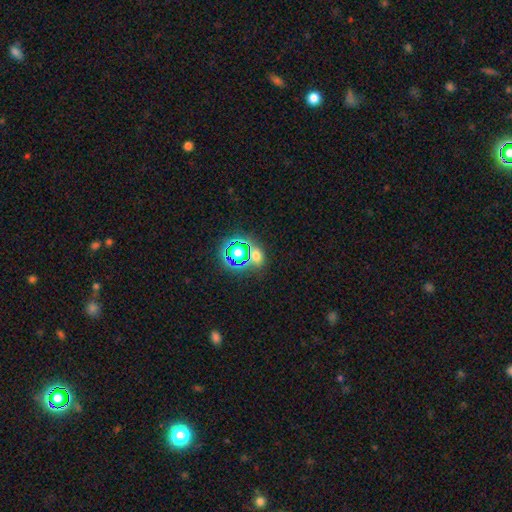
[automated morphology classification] Smooth or featured? Predicted: smooth (p=0.46). Merging? Predicted: none (p=0.68).